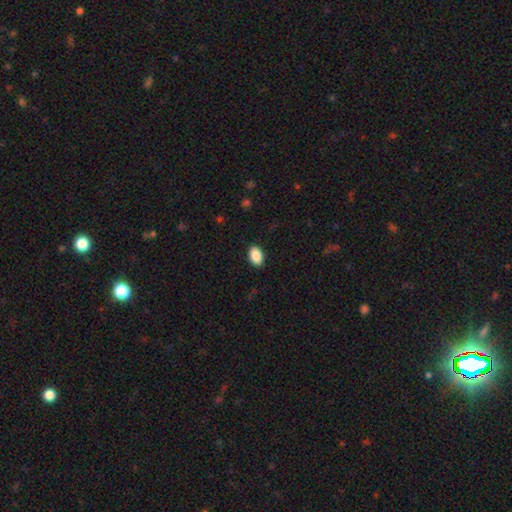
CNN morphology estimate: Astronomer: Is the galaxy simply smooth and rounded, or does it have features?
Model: smooth — 89%.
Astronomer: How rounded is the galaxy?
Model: in between — 88%.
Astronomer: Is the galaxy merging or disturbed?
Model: none — 90%.